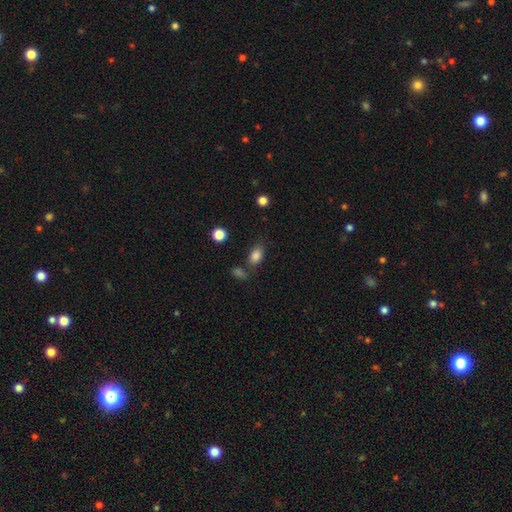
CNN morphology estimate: Overall: smooth (83%). How rounded: in between (84%). Merging: none (68%).